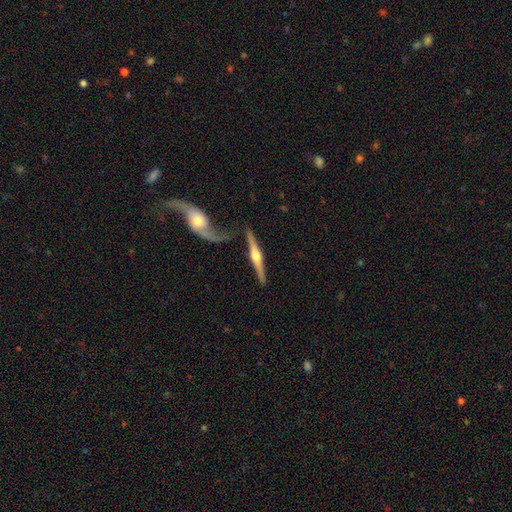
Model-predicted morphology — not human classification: Overall: featured or disk (81%). Edge-on disk: yes (96%). Edge-on bulge: rounded (94%). Merging: none (67%).